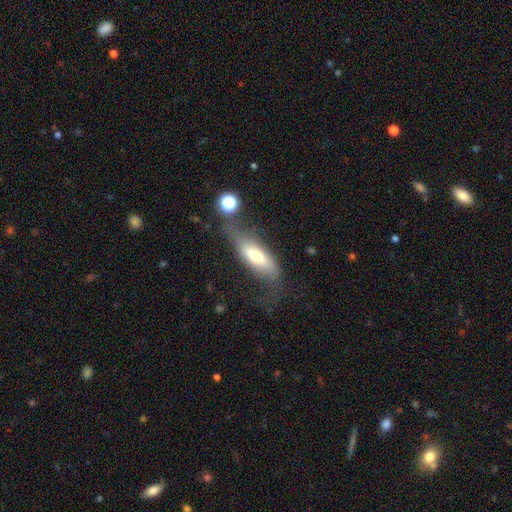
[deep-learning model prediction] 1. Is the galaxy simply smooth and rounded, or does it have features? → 61% smooth, 31% featured or disk, 8% star or artifact.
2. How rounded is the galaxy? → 65% in between, 32% cigar-shaped, 3% round.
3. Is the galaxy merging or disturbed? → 46% none, 26% minor disturbance, 20% major disturbance, 8% merger.